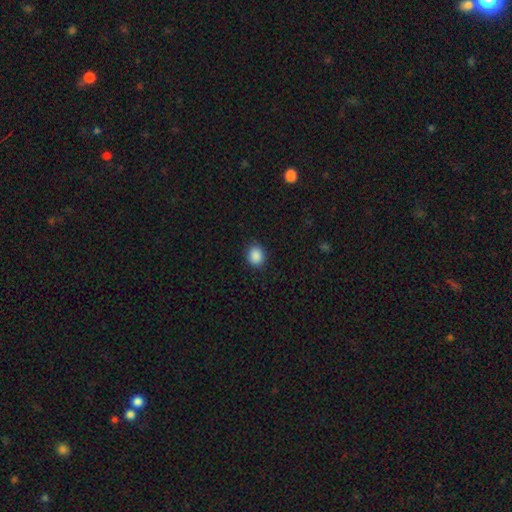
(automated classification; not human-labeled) Smooth or featured: smooth — 89% (star or artifact — 9%)
How rounded: round — 64% (in between — 35%)
Merging: none — 89% (minor disturbance — 8%)